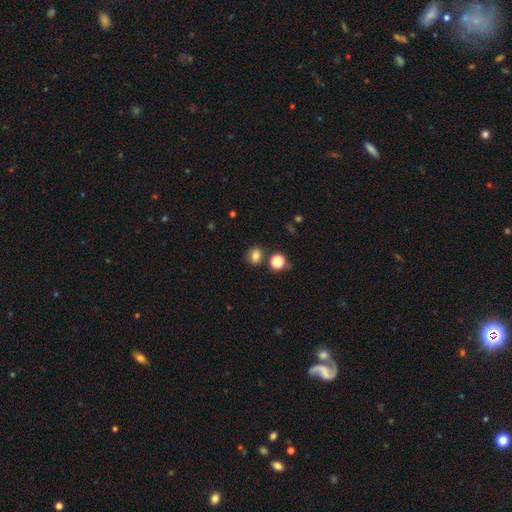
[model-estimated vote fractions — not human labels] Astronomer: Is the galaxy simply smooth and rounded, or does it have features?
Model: smooth — 80%.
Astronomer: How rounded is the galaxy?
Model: round — 62%.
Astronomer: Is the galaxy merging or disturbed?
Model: none — 80%.